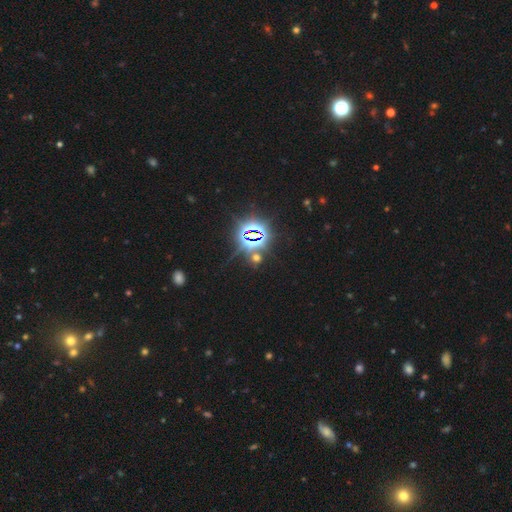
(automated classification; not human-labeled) star or artifact 82%, smooth 11%, featured or disk 7%.